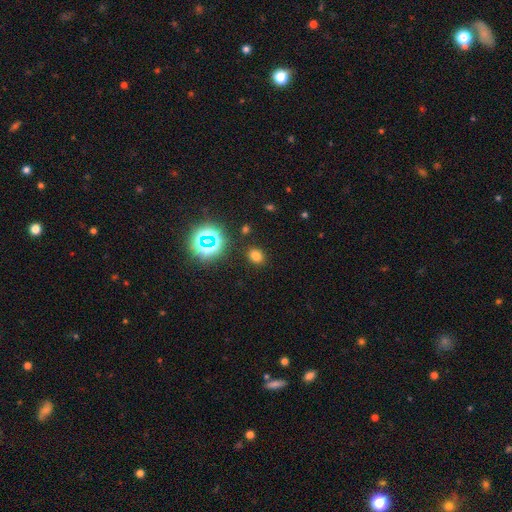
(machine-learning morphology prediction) Smooth or featured? smooth (70%)
How rounded? round (57%)
Merging? none (87%)